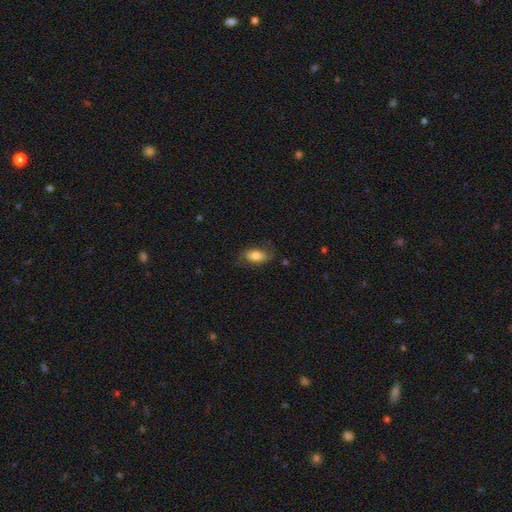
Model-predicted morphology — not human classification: This is likely a smooth galaxy (77%). How rounded: clearly in between (87%). Merging: likely none (74%).